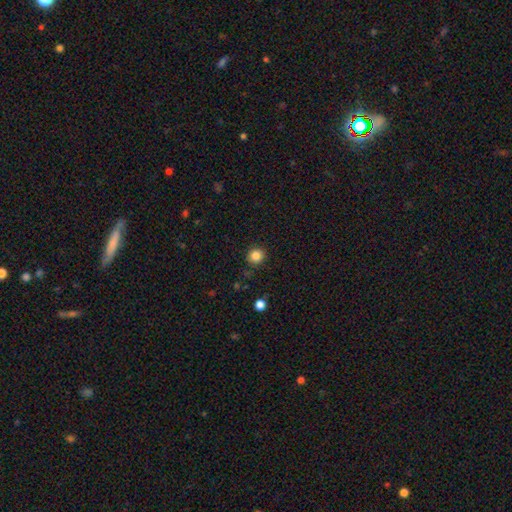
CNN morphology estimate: Smooth or featured: smooth — 85% (star or artifact — 11%)
How rounded: round — 89% (in between — 10%)
Merging: none — 88% (minor disturbance — 8%)